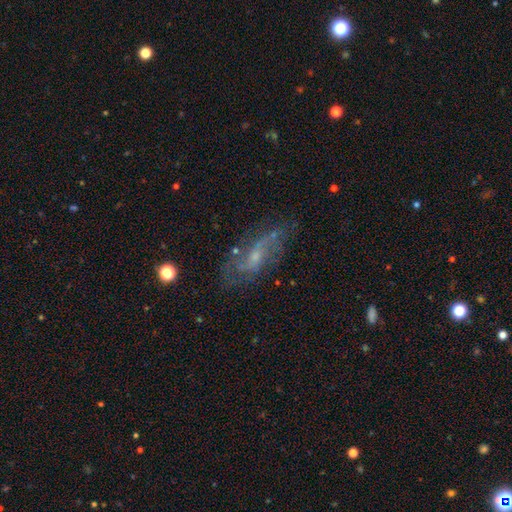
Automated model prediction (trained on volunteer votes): A featured or disk galaxy (68%) with no bar (51%), spiral arms (78%) and a small central bulge (58%). Merging: none (65%).